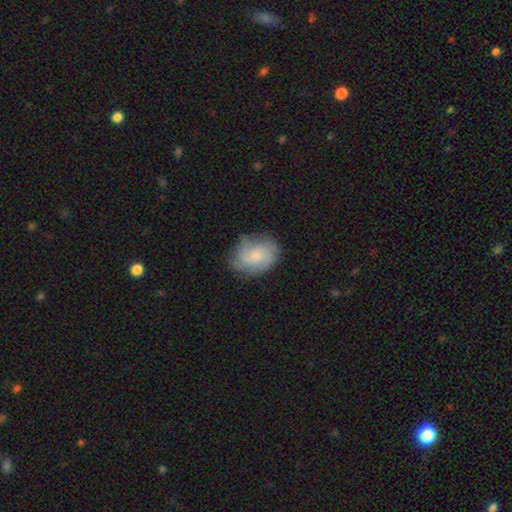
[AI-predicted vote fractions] This is possibly a smooth galaxy (52%). How rounded: likely in between (63%). Merging: likely none (62%).